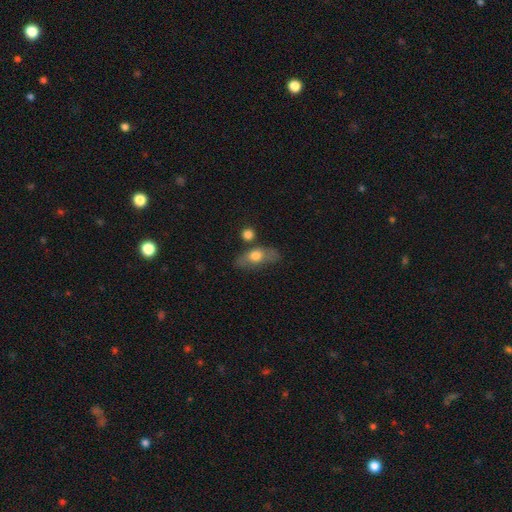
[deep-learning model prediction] A smooth galaxy with no disk features (66%) that is in between round and cigar-shaped (70%). Merging: none (62%).